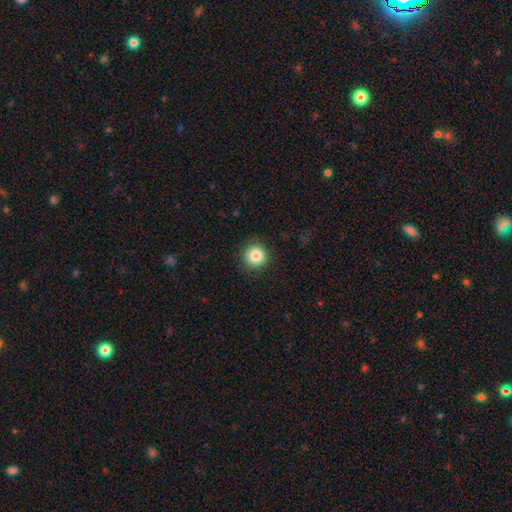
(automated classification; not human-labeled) A smooth galaxy with no disk features (85%) that is round (94%).

Vote fractions:
- Smooth or featured? smooth: 85% / star or artifact: 10% / featured or disk: 5%
- How rounded? round: 94% / in between: 5% / cigar-shaped: 1%
- Merging? none: 89% / minor disturbance: 8% / major disturbance: 2% / merger: 1%